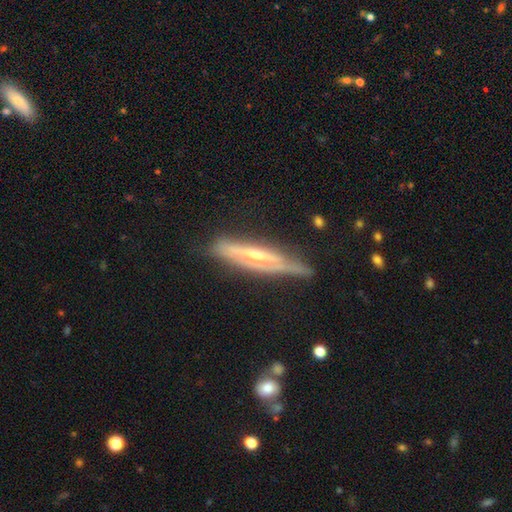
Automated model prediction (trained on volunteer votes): This is likely a featured or disk galaxy (75%). It is clearly viewed edge-on (87%). Edge-on bulge: possibly rounded (49%). Merging: likely none (64%).